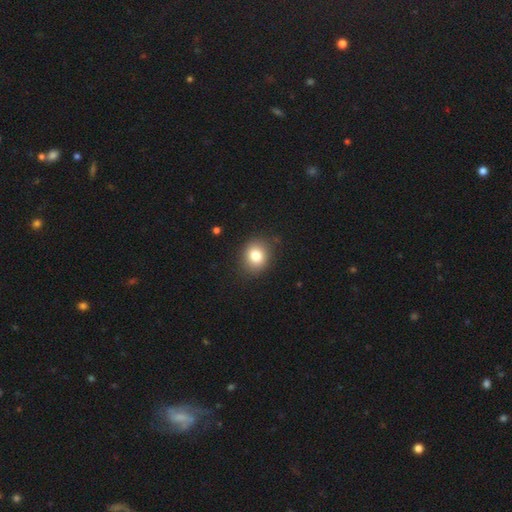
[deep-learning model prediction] This appears to be a smooth galaxy with no disk features (81%) that is round (69%). Merging: none (85%).